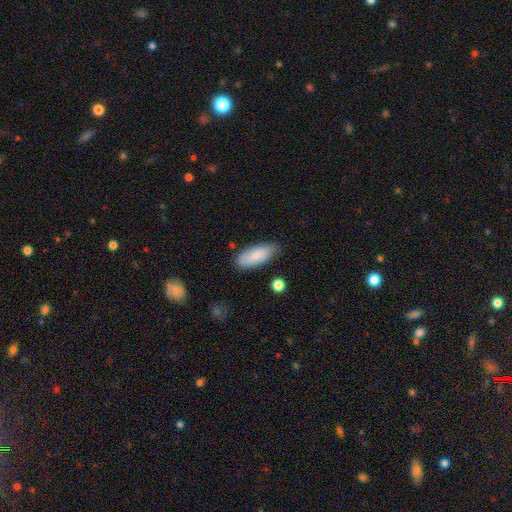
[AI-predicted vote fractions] smooth 83%, featured or disk 11%, star or artifact 6%. Down the decision tree: how rounded — in between (79%); merging — none (77%).